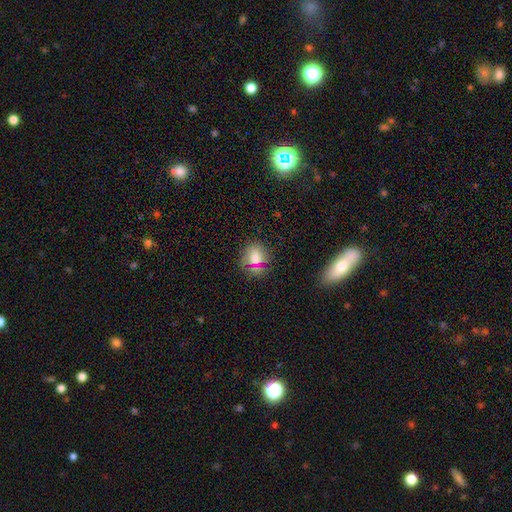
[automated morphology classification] A smooth galaxy with no disk features (66%) that is round (55%). Merging: none (70%).